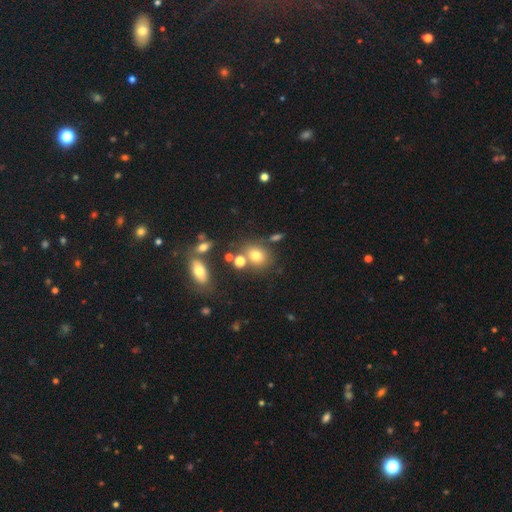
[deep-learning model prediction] Morphology: type=smooth (73%); roundness=round (61%); merging=none (65%).